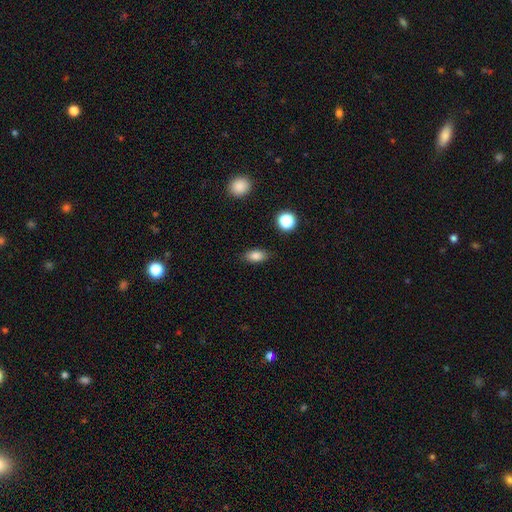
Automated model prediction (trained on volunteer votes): Q: Smooth or featured?
A: smooth (83%); runner-up: star or artifact (10%)
Q: How rounded?
A: in between (85%); runner-up: round (9%)
Q: Merging?
A: none (85%); runner-up: minor disturbance (11%)